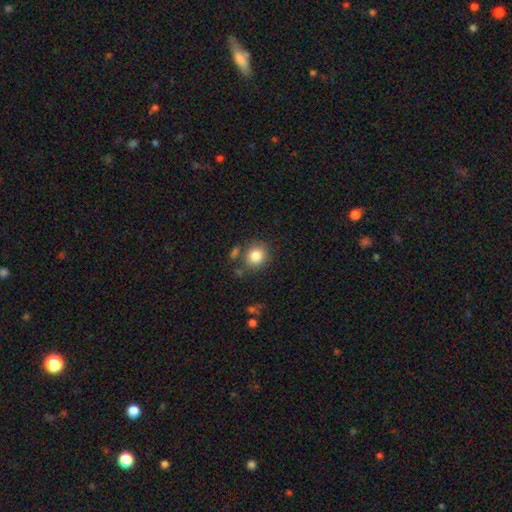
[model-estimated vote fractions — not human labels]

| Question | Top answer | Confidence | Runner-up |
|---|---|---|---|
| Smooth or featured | smooth | 84% | star or artifact (10%) |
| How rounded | round | 78% | in between (21%) |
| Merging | none | 75% | minor disturbance (13%) |